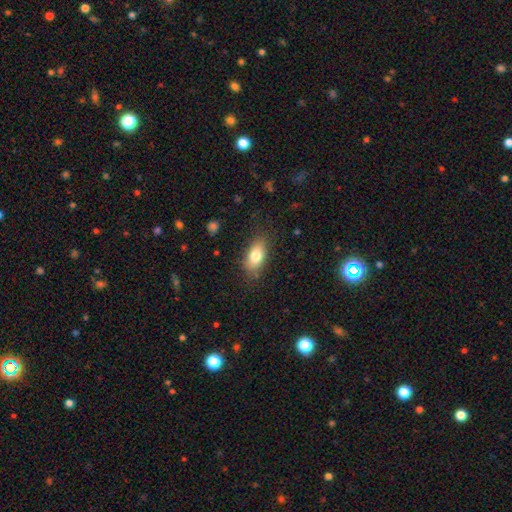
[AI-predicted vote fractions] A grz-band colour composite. It shows a smooth galaxy with no disk features (78%) that is in between round and cigar-shaped (88%). Merging: none (79%).